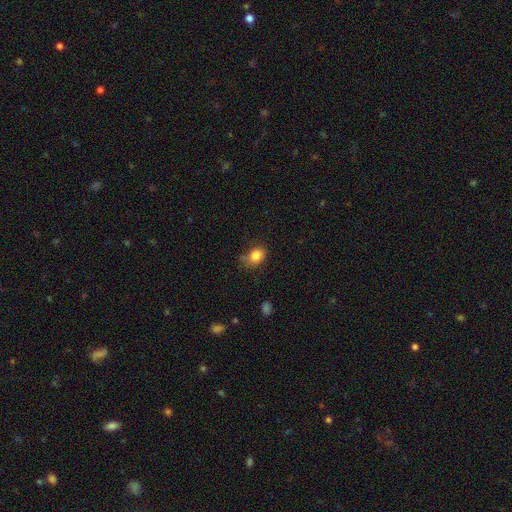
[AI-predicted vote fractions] Morphology: type=smooth (84%); roundness=in between (63%); merging=none (67%).